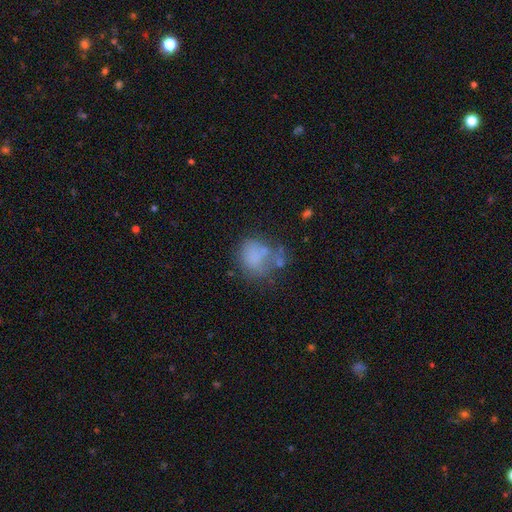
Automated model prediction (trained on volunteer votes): Smooth or featured? smooth (63%)
How rounded? round (57%)
Merging? none (37%)